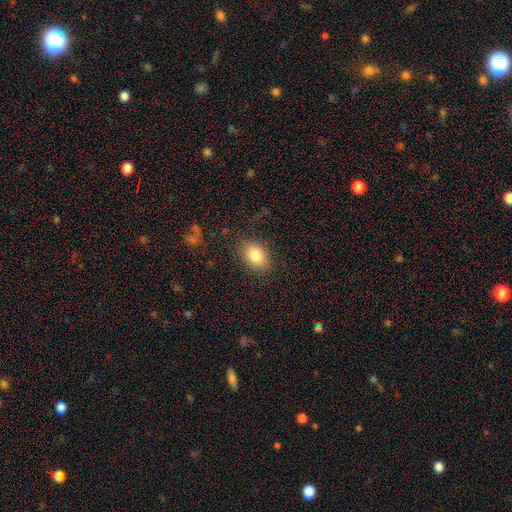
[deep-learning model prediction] A smooth galaxy with no disk features (84%) that is in between round and cigar-shaped (69%).

Vote fractions:
- Smooth or featured? smooth: 84% / star or artifact: 8% / featured or disk: 7%
- How rounded? in between: 69% / round: 30% / cigar-shaped: 1%
- Merging? none: 81% / minor disturbance: 12% / major disturbance: 5% / merger: 2%